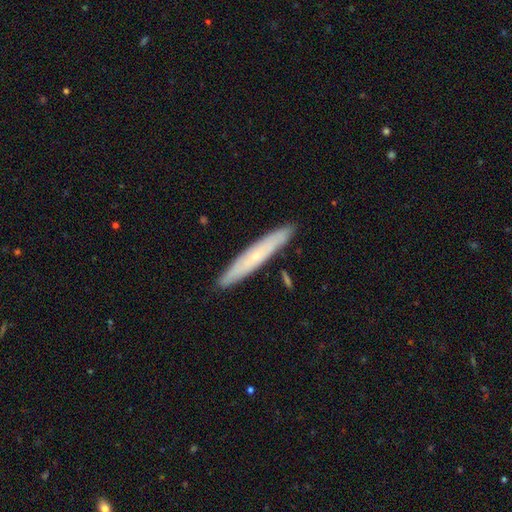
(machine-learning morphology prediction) smooth-or-featured: featured or disk: 49% | smooth: 45% | star or artifact: 6%
  merging: none: 89% | minor disturbance: 8% | merger: 2% | major disturbance: 1%